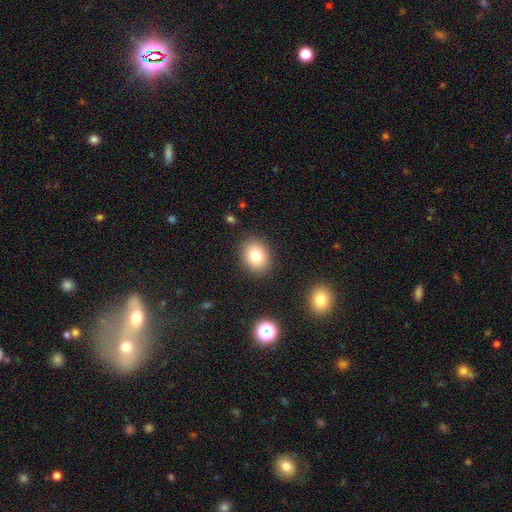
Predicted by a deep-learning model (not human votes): Smooth or featured: smooth — 78% (star or artifact — 11%)
How rounded: round — 51% (in between — 48%)
Merging: none — 88% (minor disturbance — 8%)